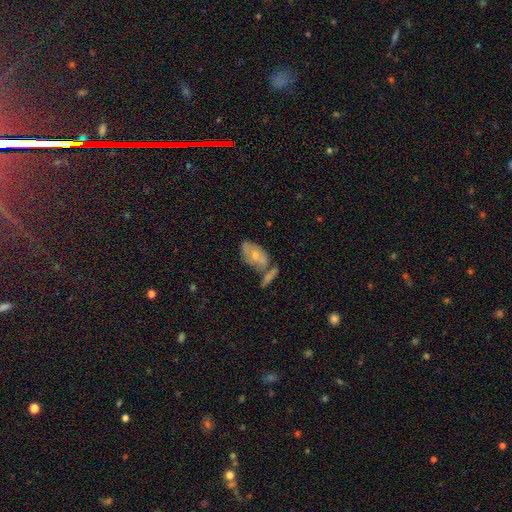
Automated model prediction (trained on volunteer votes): Morphology: type=smooth (56%); roundness=in between (89%); merging=none (39%).